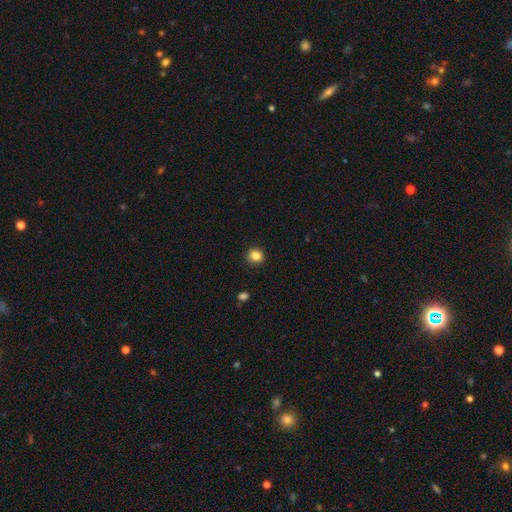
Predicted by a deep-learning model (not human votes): Overall: smooth (84%). How rounded: round (80%). Merging: none (88%).